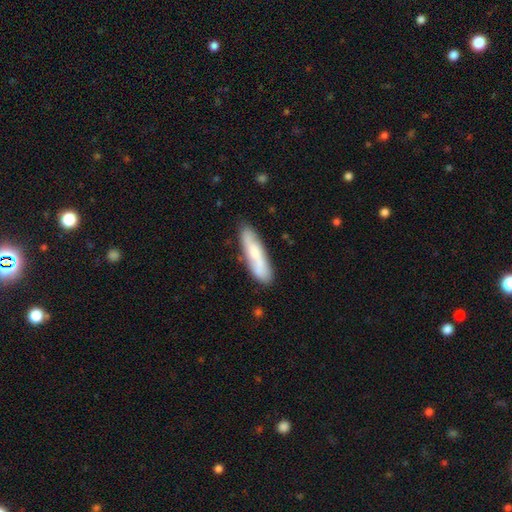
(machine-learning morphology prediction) type=smooth (55%); roundness=cigar-shaped (73%); merging=none (81%).